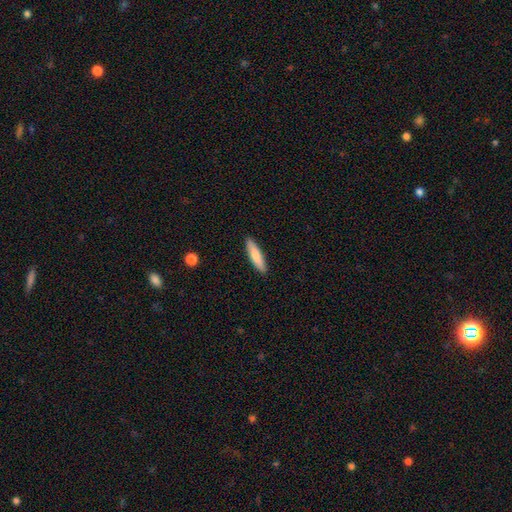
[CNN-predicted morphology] smooth_or_featured: smooth (p=0.78) [alt: featured or disk p=0.17]
how_rounded: cigar-shaped (p=0.76) [alt: in between p=0.22]
merging: none (p=0.90) [alt: minor disturbance p=0.07]